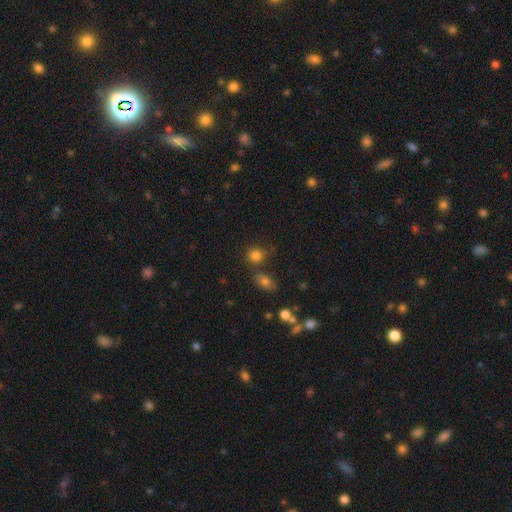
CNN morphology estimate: Smooth or featured? smooth (81%)
How rounded? round (77%)
Merging? none (68%)